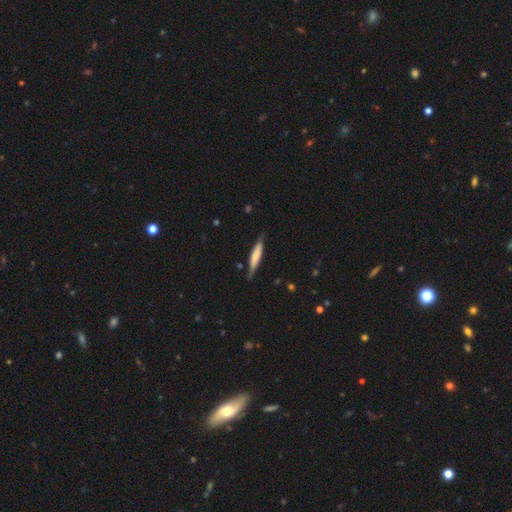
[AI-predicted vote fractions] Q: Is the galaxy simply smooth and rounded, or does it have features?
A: smooth — 62%.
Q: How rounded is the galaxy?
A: cigar-shaped — 87%.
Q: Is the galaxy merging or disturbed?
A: none — 76%.